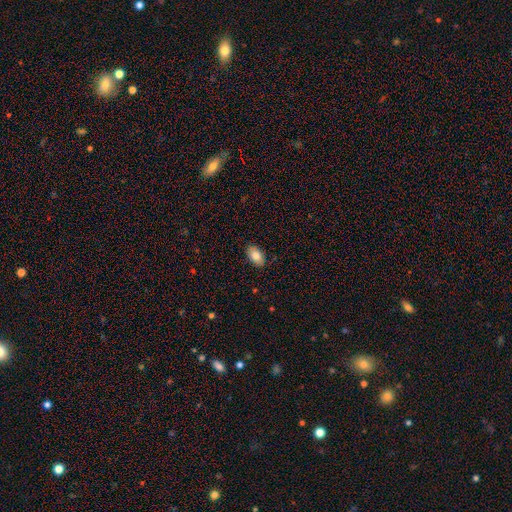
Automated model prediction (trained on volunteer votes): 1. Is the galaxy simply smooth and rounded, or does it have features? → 84% smooth, 9% featured or disk, 7% star or artifact.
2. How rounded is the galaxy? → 93% in between, 6% round, 2% cigar-shaped.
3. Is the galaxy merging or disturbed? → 88% none, 9% minor disturbance, 2% major disturbance, 1% merger.